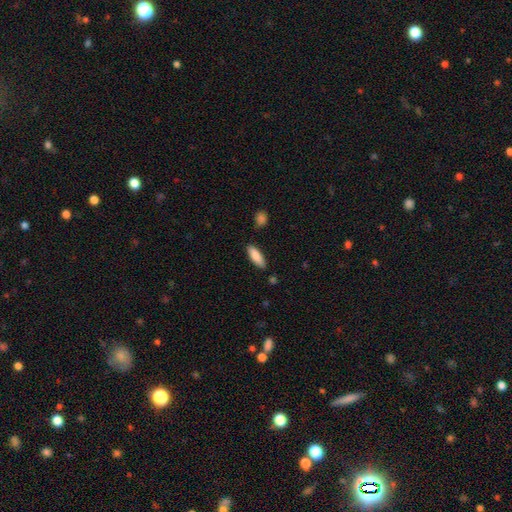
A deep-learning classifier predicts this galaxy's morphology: Smooth or featured?
  - smooth: 85% *
  - featured or disk: 9%
  - star or artifact: 6%
How rounded?
  - in between: 57% *
  - cigar-shaped: 41%
  - round: 2%
Merging?
  - none: 83% *
  - minor disturbance: 12%
  - merger: 3%
  - major disturbance: 2%